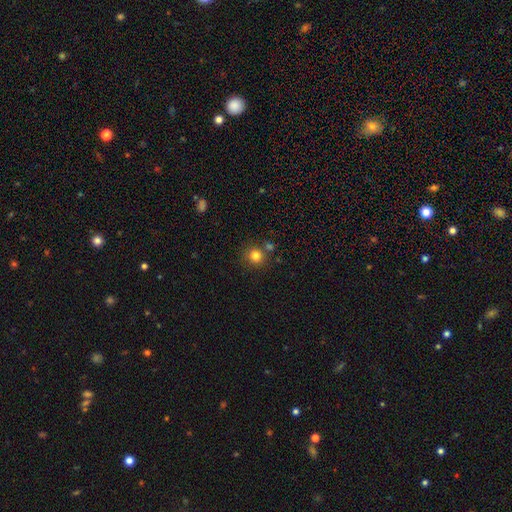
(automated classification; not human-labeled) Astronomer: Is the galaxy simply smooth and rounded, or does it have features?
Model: smooth — 82%.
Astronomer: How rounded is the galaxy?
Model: round — 91%.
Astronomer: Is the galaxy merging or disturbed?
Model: none — 75%.